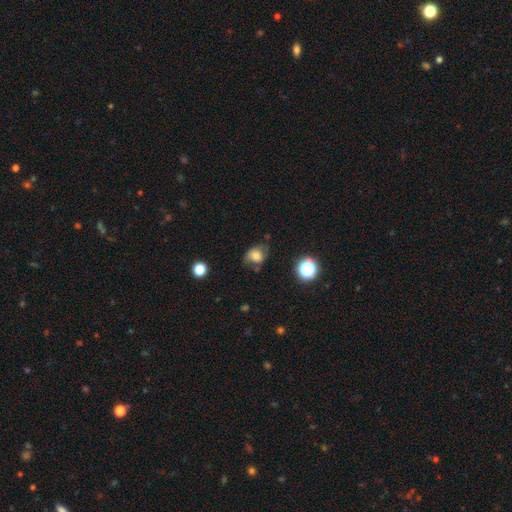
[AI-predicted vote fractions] Smooth or featured?
  - smooth: 67% *
  - featured or disk: 20%
  - star or artifact: 12%
How rounded?
  - in between: 50% *
  - round: 49%
  - cigar-shaped: 1%
Merging?
  - none: 53% *
  - minor disturbance: 30%
  - major disturbance: 13%
  - merger: 4%